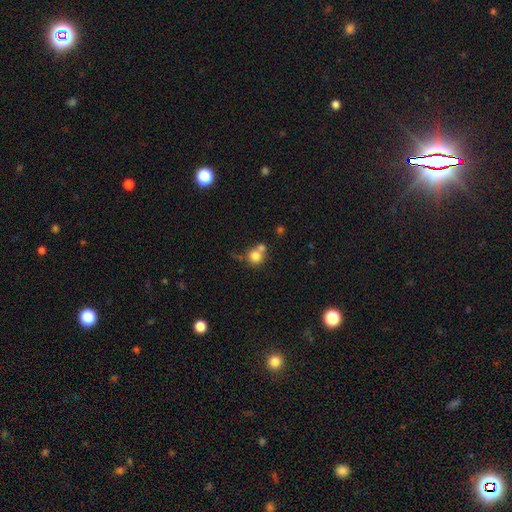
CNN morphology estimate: smooth 78%, star or artifact 11%, featured or disk 11%. Down the decision tree: how rounded — round (85%); merging — none (43%).